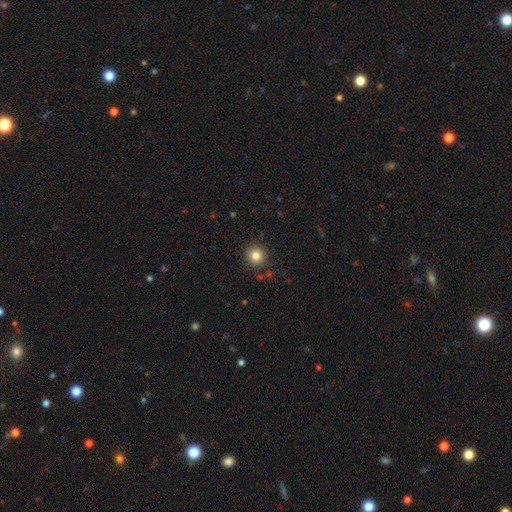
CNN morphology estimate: This is clearly a smooth galaxy (82%). How rounded: clearly round (94%). Merging: clearly none (90%).